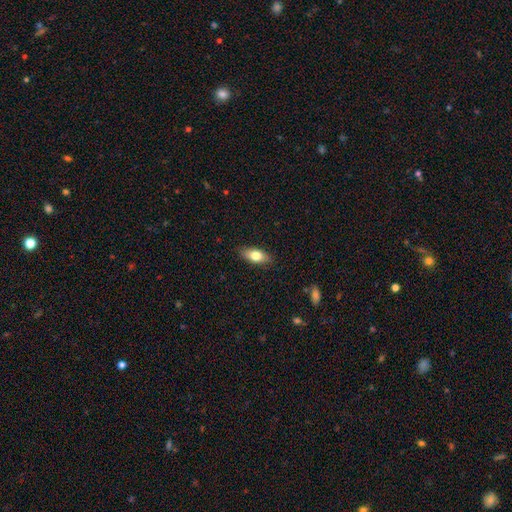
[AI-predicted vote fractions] Q: Smooth or featured?
A: smooth (74%); runner-up: featured or disk (20%)
Q: How rounded?
A: in between (83%); runner-up: cigar-shaped (13%)
Q: Merging?
A: none (87%); runner-up: minor disturbance (10%)